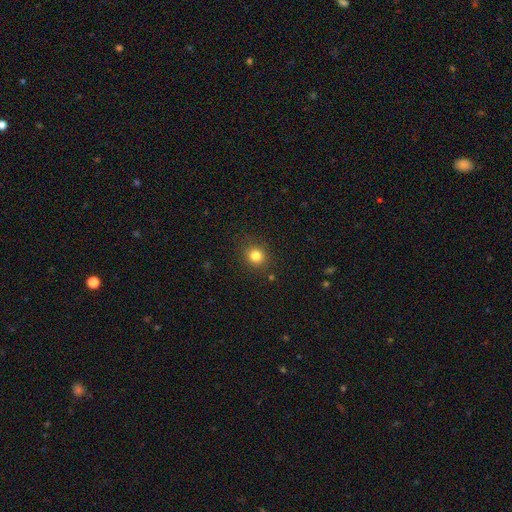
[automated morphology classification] smooth_or_featured: smooth (p=0.81) [alt: star or artifact p=0.13]
how_rounded: round (p=0.80) [alt: in between p=0.19]
merging: none (p=0.88) [alt: minor disturbance p=0.08]